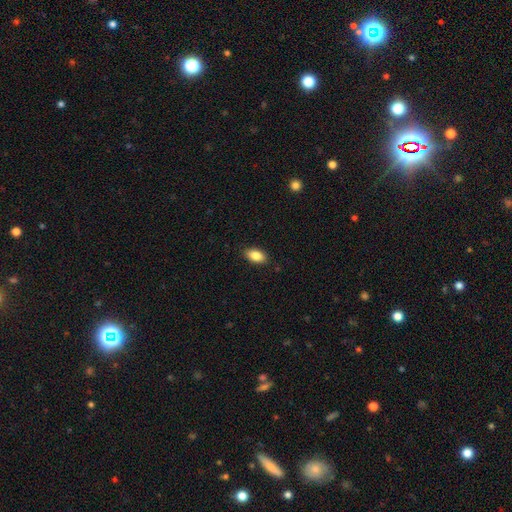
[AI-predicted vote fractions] A smooth galaxy with no disk features (86%) that is in between round and cigar-shaped (92%).

Vote fractions:
- Smooth or featured? smooth: 86% / star or artifact: 7% / featured or disk: 7%
- How rounded? in between: 92% / round: 5% / cigar-shaped: 3%
- Merging? none: 89% / minor disturbance: 8% / major disturbance: 2% / merger: 1%